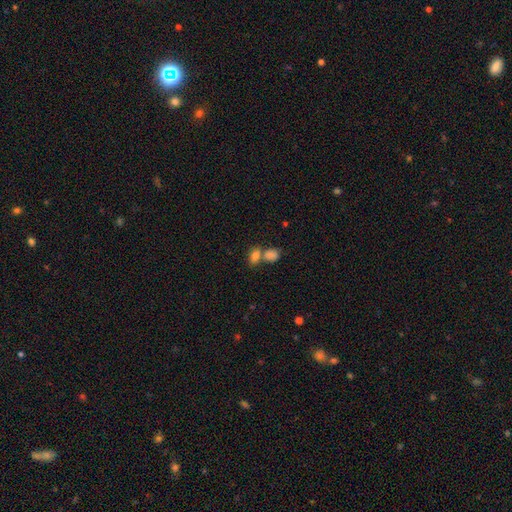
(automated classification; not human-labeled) Smooth or featured? Predicted: smooth (p=0.82). How rounded? Predicted: in between (p=0.79). Merging? Predicted: merger (p=0.51).